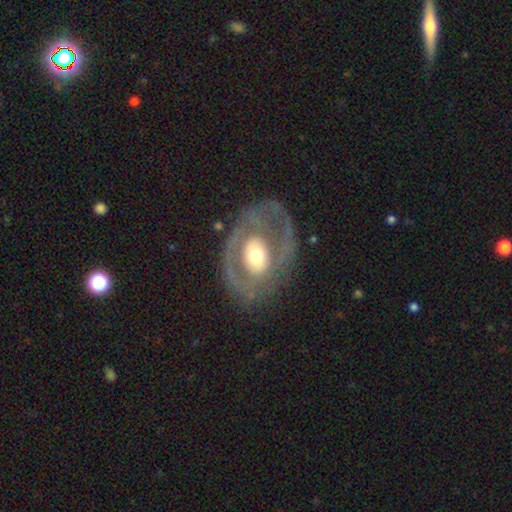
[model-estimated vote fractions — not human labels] Morphology: type=featured or disk (74%); edge-on=no (94%); bar=no (64%); spiral arms=yes (56%); bulge=moderate (61%); merging=none (63%).